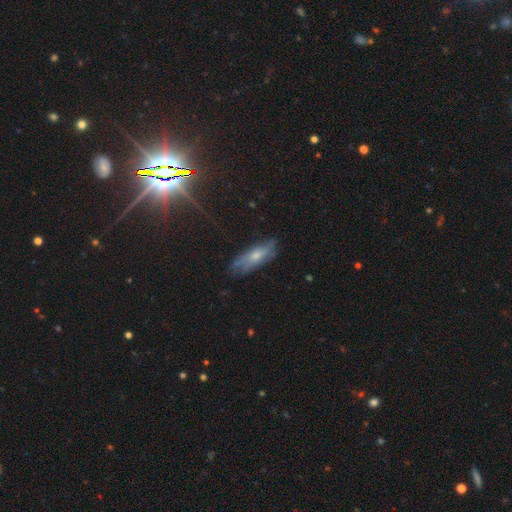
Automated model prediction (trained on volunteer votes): A smooth galaxy with no disk features (49%). Merging: none (67%).